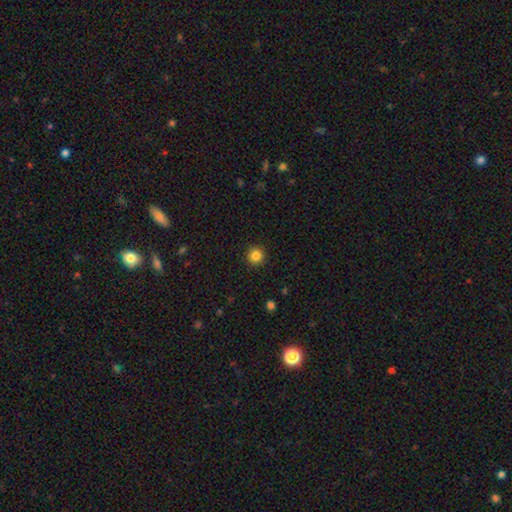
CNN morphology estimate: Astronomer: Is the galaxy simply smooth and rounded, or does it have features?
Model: smooth — 85%.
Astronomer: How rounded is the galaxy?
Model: round — 95%.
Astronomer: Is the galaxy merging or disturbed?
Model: none — 93%.